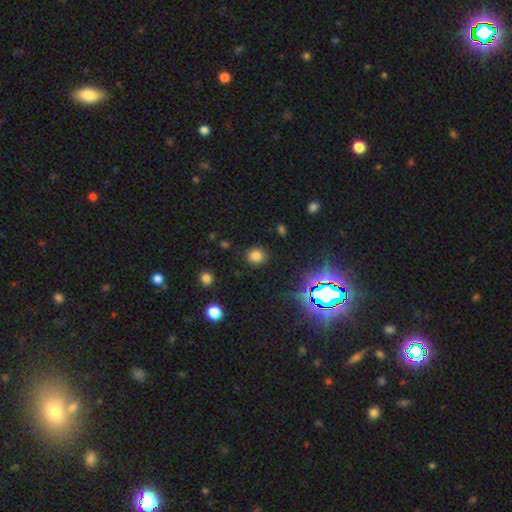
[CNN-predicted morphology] A smooth galaxy with no disk features (76%) that is round (80%).

Vote fractions:
- Smooth or featured? smooth: 76% / star or artifact: 18% / featured or disk: 6%
- How rounded? round: 80% / in between: 19% / cigar-shaped: 1%
- Merging? none: 88% / minor disturbance: 7% / major disturbance: 3% / merger: 2%